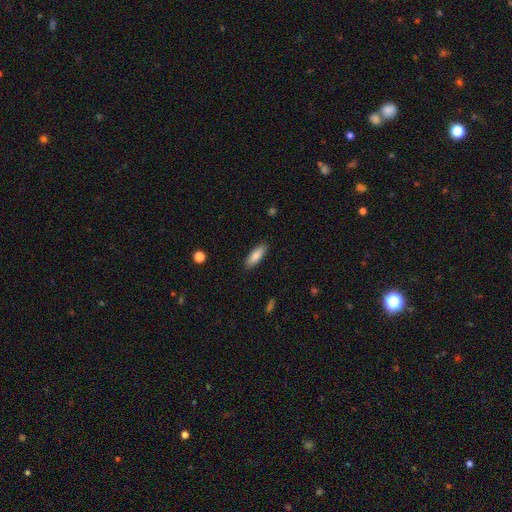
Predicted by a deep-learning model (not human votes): smooth 84%, featured or disk 10%, star or artifact 6%. Down the decision tree: how rounded — in between (61%); merging — none (88%).